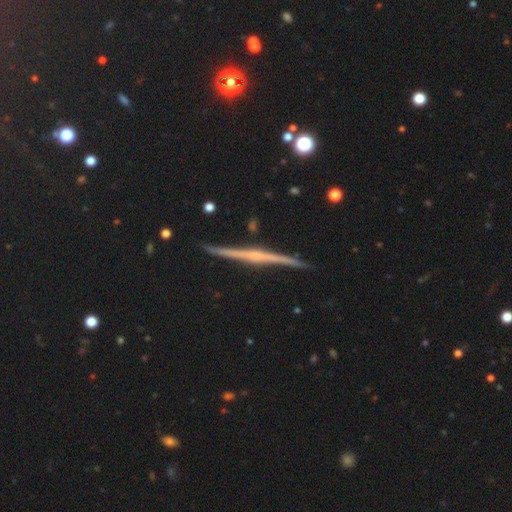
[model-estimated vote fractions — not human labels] smooth-or-featured: featured or disk: 79% | smooth: 14% | star or artifact: 7%
  disk-edge-on: yes: 98% | no: 2%
    edge-on-bulge: none: 51% | rounded: 37% | boxy: 12%
  merging: none: 91% | minor disturbance: 7% | major disturbance: 1% | merger: 1%